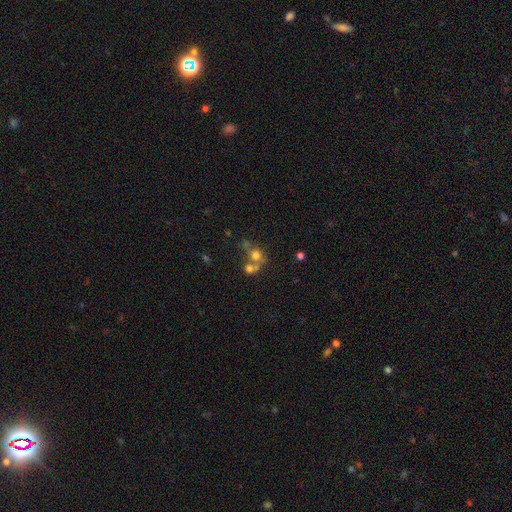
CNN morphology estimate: A smooth galaxy with no disk features (64%) that is round (76%).

Vote fractions:
- Smooth or featured? smooth: 64% / featured or disk: 20% / star or artifact: 16%
- How rounded? round: 76% / in between: 23% / cigar-shaped: 1%
- Merging? merger: 51% / none: 35% / minor disturbance: 8% / major disturbance: 6%